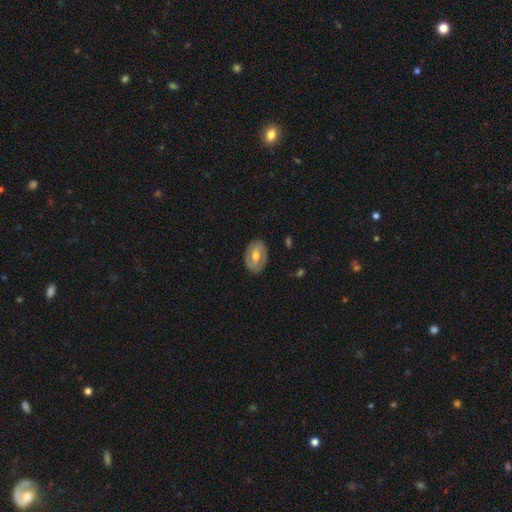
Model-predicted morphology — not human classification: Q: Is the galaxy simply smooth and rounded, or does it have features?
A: featured or disk — 51%.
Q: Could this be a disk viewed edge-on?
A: no — 93%.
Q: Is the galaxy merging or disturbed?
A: none — 82%.